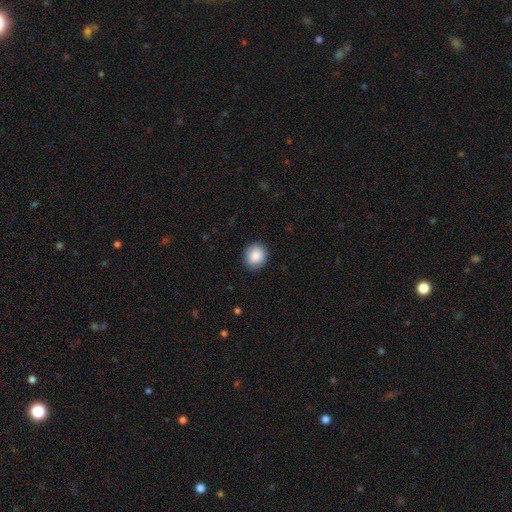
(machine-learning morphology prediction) A smooth galaxy with no disk features (87%) that is round (78%).

Vote fractions:
- Smooth or featured? smooth: 87% / star or artifact: 7% / featured or disk: 5%
- How rounded? round: 78% / in between: 21% / cigar-shaped: 1%
- Merging? none: 87% / minor disturbance: 9% / major disturbance: 2% / merger: 1%